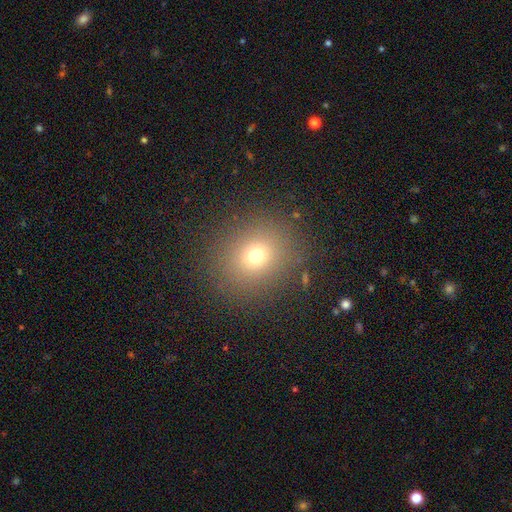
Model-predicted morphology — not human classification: This appears to be a smooth galaxy with no disk features (69%) that is round (77%). Merging: none (87%).